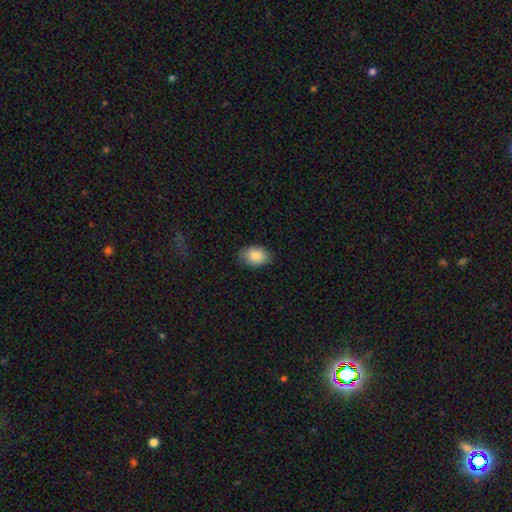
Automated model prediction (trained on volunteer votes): Smooth or featured?
  - smooth: 87% *
  - star or artifact: 7%
  - featured or disk: 6%
How rounded?
  - in between: 84% *
  - round: 15%
  - cigar-shaped: 1%
Merging?
  - none: 83% *
  - minor disturbance: 13%
  - major disturbance: 3%
  - merger: 1%